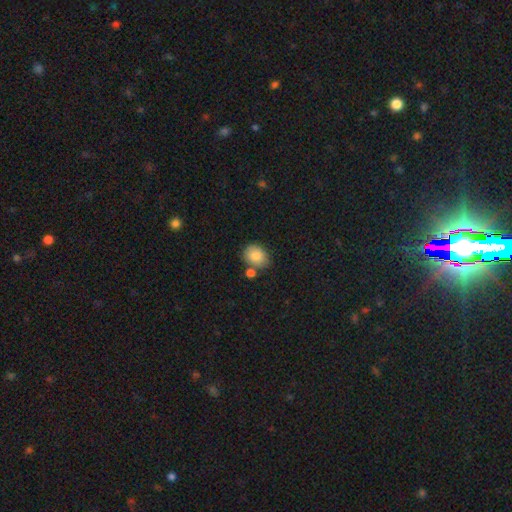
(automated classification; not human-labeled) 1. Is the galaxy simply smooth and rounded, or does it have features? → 84% smooth, 8% star or artifact, 8% featured or disk.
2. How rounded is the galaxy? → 56% in between, 43% round, 1% cigar-shaped.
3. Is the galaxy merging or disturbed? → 66% none, 16% merger, 15% minor disturbance, 3% major disturbance.